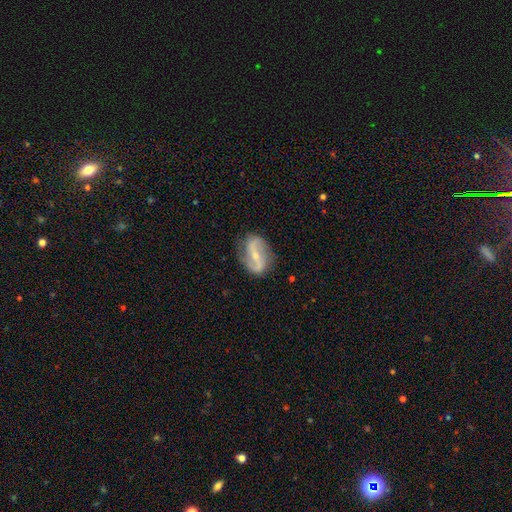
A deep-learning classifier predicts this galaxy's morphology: Smooth or featured? Predicted: featured or disk (p=0.84). Edge-on disk? Predicted: no (p=0.96). Bar? Predicted: strong (p=0.50). Spiral arms? Predicted: yes (p=0.92). Spiral winding? Predicted: loose (p=0.53). Spiral arm count? Predicted: 2 (p=0.91). Bulge size? Predicted: small (p=0.62). Merging? Predicted: none (p=0.80).